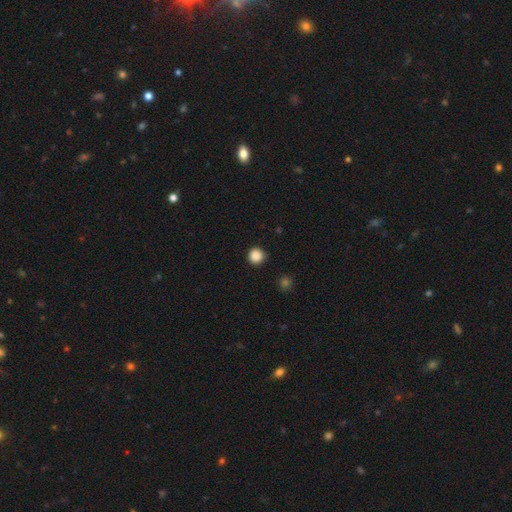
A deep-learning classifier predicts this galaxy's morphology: type=smooth (87%); roundness=round (94%); merging=none (91%).